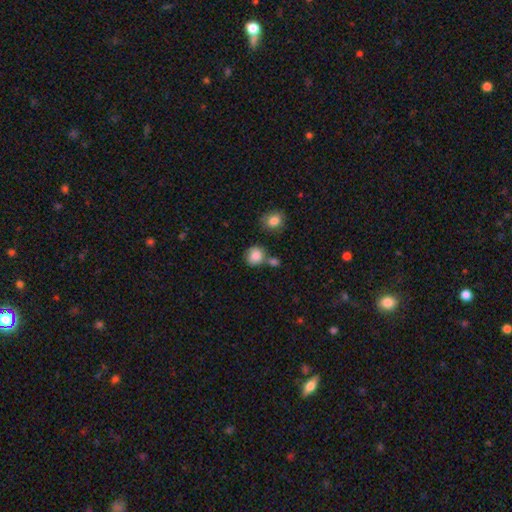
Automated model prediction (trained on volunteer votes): Overall: smooth (85%). How rounded: round (80%). Merging: none (57%; merger 20%).